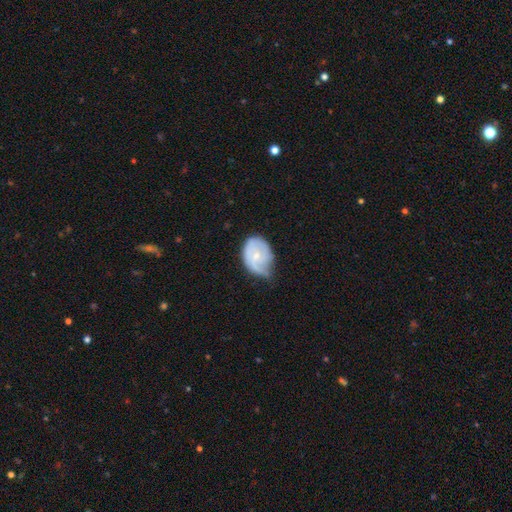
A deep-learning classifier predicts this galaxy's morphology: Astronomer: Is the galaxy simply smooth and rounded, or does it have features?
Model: featured or disk — 55% (runner-up: smooth, 40%).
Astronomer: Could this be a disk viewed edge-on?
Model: no — 97%.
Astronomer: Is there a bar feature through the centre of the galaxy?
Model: no — 73%.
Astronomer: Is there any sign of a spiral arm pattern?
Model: yes — 70%.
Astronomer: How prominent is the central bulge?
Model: small — 61%.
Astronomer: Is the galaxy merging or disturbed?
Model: minor disturbance — 47% (runner-up: none, 30%).